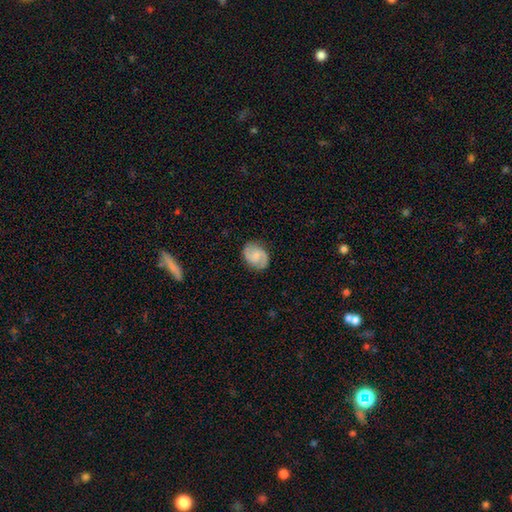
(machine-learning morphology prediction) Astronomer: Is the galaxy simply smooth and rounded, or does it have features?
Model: featured or disk — 68%.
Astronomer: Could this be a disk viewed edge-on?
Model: no — 98%.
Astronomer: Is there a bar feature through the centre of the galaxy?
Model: no — 49% (runner-up: weak, 43%).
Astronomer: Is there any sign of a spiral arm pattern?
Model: yes — 93%.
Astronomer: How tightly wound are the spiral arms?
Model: medium — 51%.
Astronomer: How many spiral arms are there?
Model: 2 — 90%.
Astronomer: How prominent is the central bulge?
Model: small — 54% (runner-up: moderate, 34%).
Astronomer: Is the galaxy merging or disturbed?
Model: none — 83%.